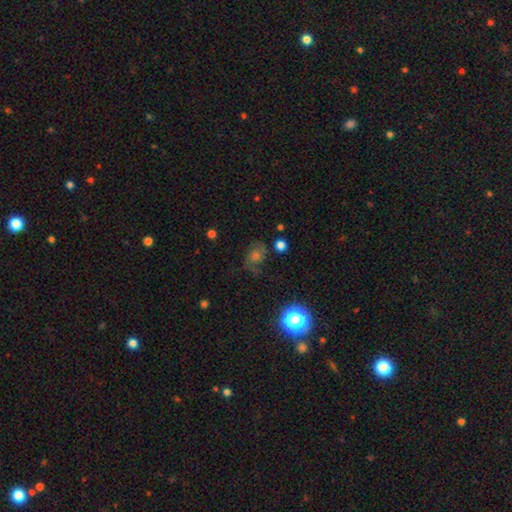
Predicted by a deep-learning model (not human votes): Smooth or featured? Predicted: featured or disk (p=0.44). Merging? Predicted: none (p=0.65).